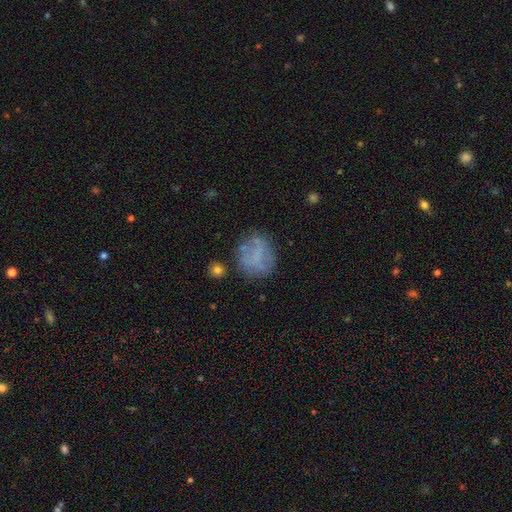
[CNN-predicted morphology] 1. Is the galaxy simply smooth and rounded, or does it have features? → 50% smooth, 38% featured or disk, 12% star or artifact.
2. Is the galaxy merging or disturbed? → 61% none, 21% minor disturbance, 13% major disturbance, 5% merger.